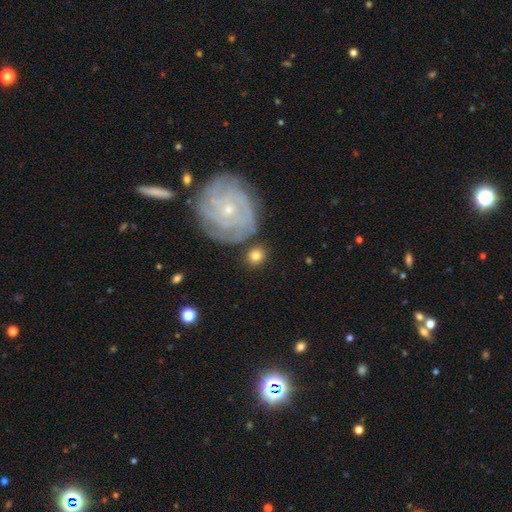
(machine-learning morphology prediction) Smooth or featured? smooth (70%)
How rounded? round (70%)
Merging? none (77%)